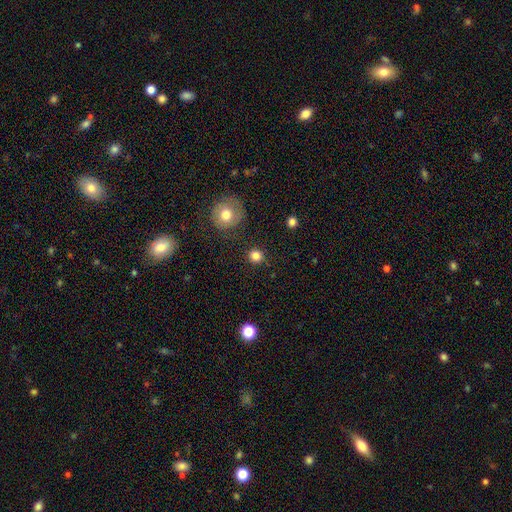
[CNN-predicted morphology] A smooth galaxy with no disk features (83%) that is round (92%).

Vote fractions:
- Smooth or featured? smooth: 83% / star or artifact: 12% / featured or disk: 5%
- How rounded? round: 92% / in between: 7% / cigar-shaped: 1%
- Merging? none: 89% / minor disturbance: 7% / major disturbance: 2% / merger: 2%